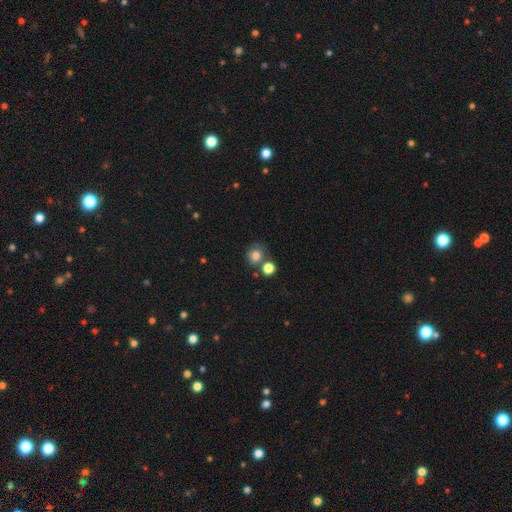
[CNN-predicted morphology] Smooth or featured?
  - smooth: 78% *
  - star or artifact: 13%
  - featured or disk: 9%
How rounded?
  - round: 81% *
  - in between: 18%
  - cigar-shaped: 1%
Merging?
  - none: 62% *
  - merger: 20%
  - minor disturbance: 13%
  - major disturbance: 5%